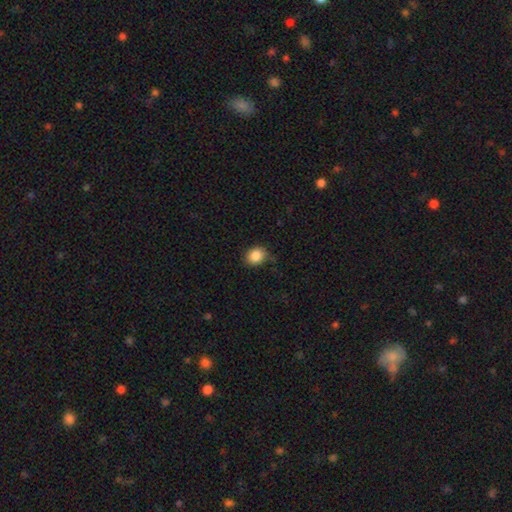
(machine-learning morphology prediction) Smooth or featured: smooth — 85% (star or artifact — 10%)
How rounded: round — 65% (in between — 34%)
Merging: none — 74% (minor disturbance — 20%)